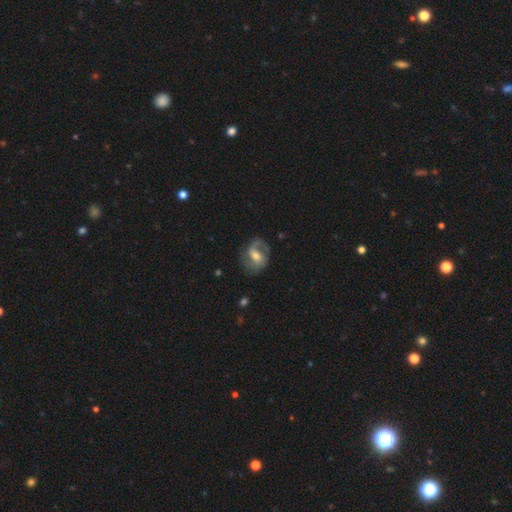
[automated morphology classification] type=featured or disk (77%); edge-on=no (97%); bar=weak (49%); spiral arms=yes (91%); winding=medium (50%); arm count=2 (81%); bulge=moderate (61%); merging=none (71%).